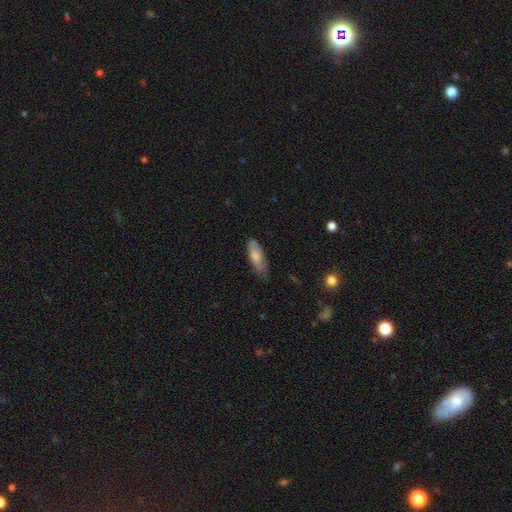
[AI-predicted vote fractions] Smooth or featured: smooth — 77% (featured or disk — 16%)
How rounded: in between — 60% (cigar-shaped — 39%)
Merging: none — 65% (minor disturbance — 28%)